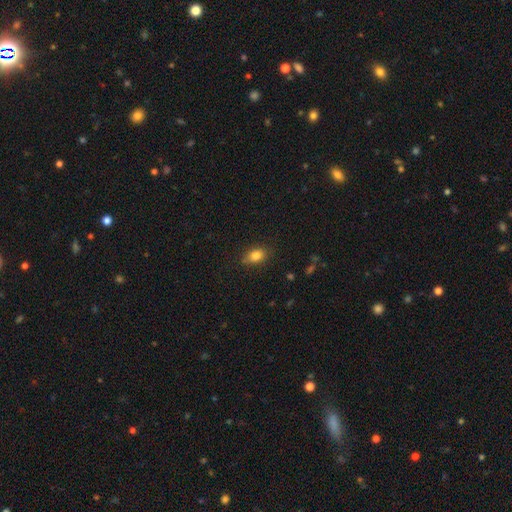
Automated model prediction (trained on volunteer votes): Overall: smooth (82%). How rounded: in between (77%). Merging: none (78%).